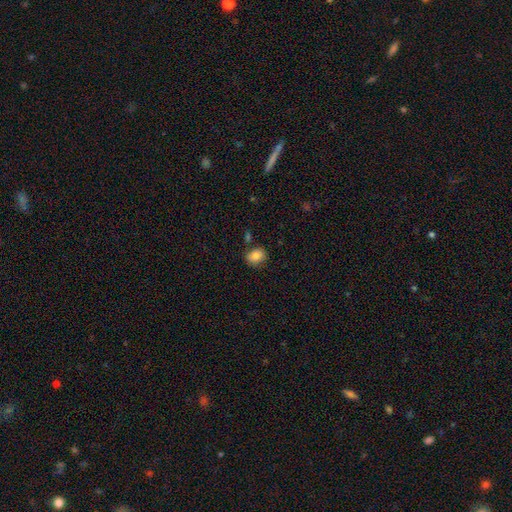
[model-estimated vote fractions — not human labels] Smooth or featured? smooth (84%)
How rounded? in between (50%)
Merging? none (78%)